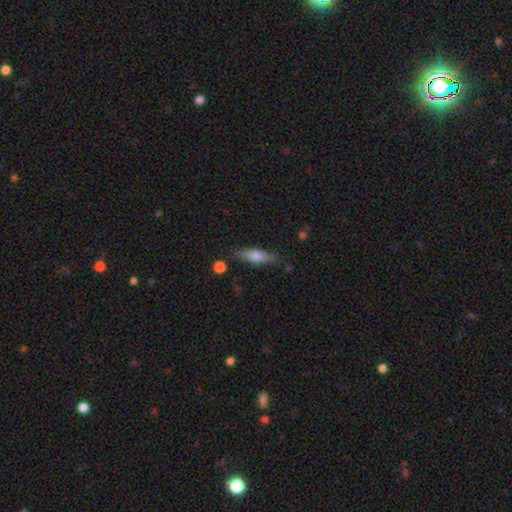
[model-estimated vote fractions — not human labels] The model was most divided on "smooth or featured": smooth: 57%, featured or disk: 36%, star or artifact: 7%. More confident: merging — none (83%); how rounded — cigar-shaped (67%).